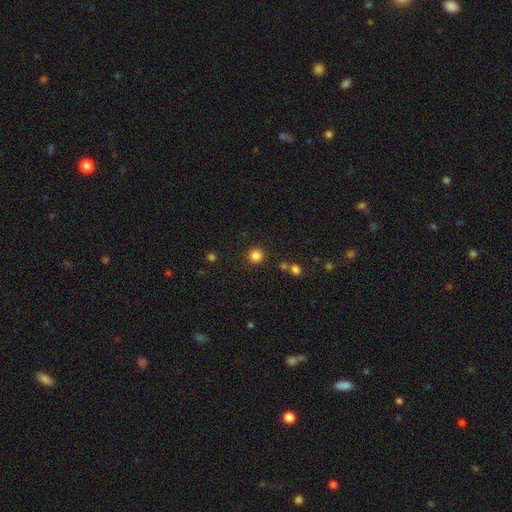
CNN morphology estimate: Q: Smooth or featured?
A: smooth (84%); runner-up: star or artifact (12%)
Q: How rounded?
A: round (92%); runner-up: in between (7%)
Q: Merging?
A: none (88%); runner-up: minor disturbance (6%)